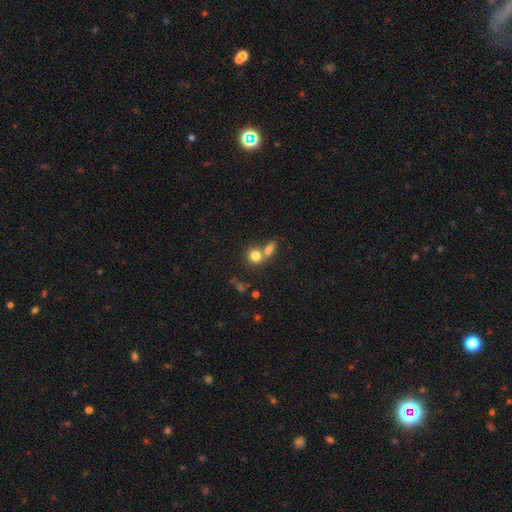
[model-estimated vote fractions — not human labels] Smooth or featured? Predicted: smooth (p=0.79). How rounded? Predicted: round (p=0.71). Merging? Predicted: merger (p=0.48).